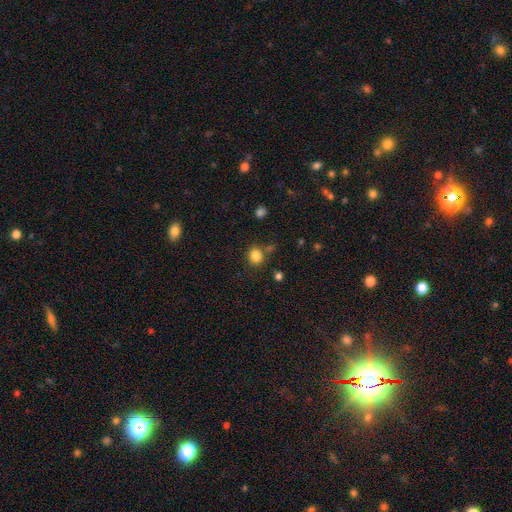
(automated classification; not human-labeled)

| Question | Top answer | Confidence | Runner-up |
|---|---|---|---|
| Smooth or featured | smooth | 83% | star or artifact (12%) |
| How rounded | round | 72% | in between (27%) |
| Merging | none | 75% | minor disturbance (11%) |